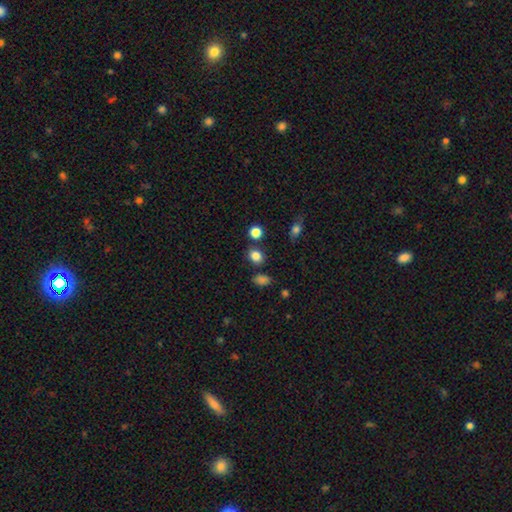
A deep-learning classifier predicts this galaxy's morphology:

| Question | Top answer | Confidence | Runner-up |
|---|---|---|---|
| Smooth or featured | smooth | 82% | star or artifact (13%) |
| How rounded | round | 62% | in between (37%) |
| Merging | none | 80% | minor disturbance (10%) |